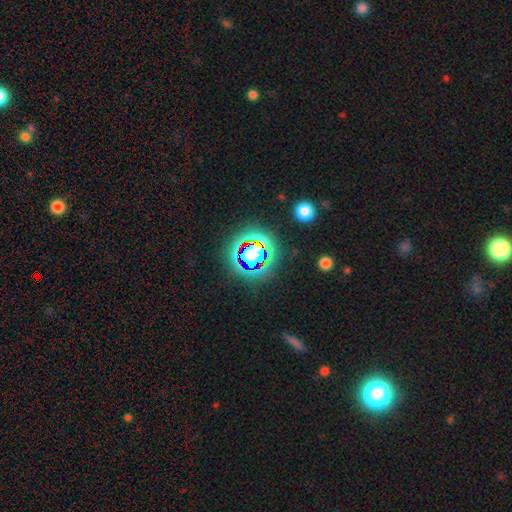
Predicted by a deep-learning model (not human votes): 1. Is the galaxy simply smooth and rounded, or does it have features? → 76% star or artifact, 14% smooth, 9% featured or disk.